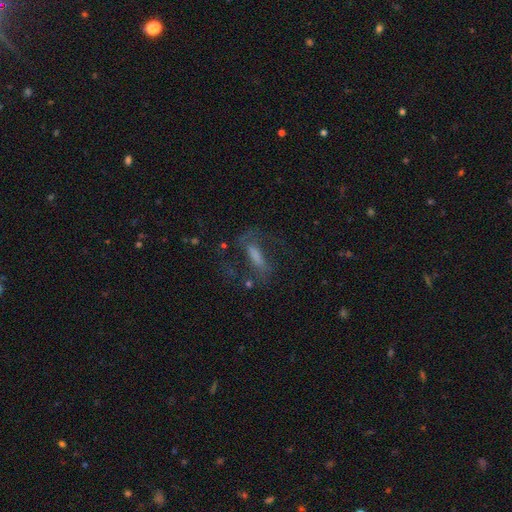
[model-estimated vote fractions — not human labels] Smooth or featured? Predicted: featured or disk (p=0.55). Edge-on disk? Predicted: no (p=0.82). Merging? Predicted: none (p=0.56).